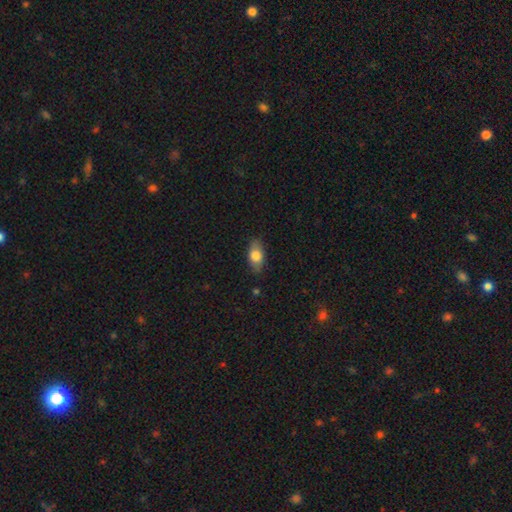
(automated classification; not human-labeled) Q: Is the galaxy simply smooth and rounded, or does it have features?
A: smooth — 76%.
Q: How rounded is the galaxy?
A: in between — 88%.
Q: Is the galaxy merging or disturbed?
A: none — 82%.